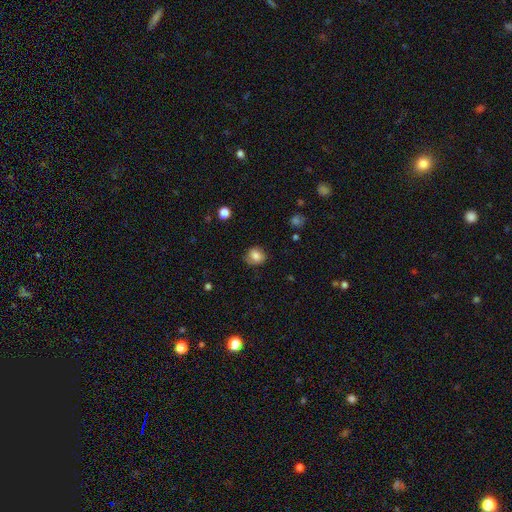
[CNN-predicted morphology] This appears to be a smooth galaxy with no disk features (81%) that is round (78%). Merging: none (79%).